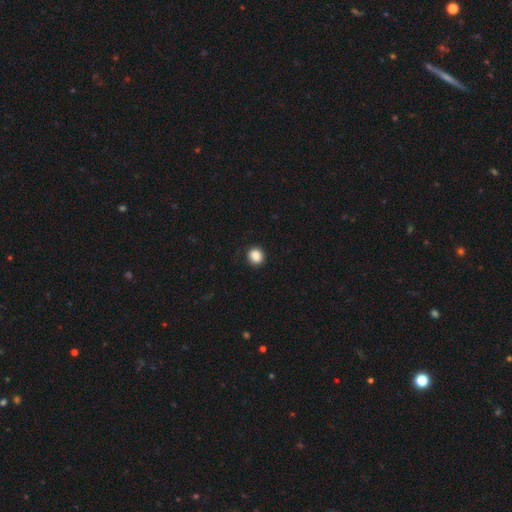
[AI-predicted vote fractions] Smooth or featured?
  - smooth: 88% *
  - star or artifact: 9%
  - featured or disk: 3%
How rounded?
  - round: 81% *
  - in between: 18%
  - cigar-shaped: 1%
Merging?
  - none: 88% *
  - minor disturbance: 8%
  - major disturbance: 2%
  - merger: 1%